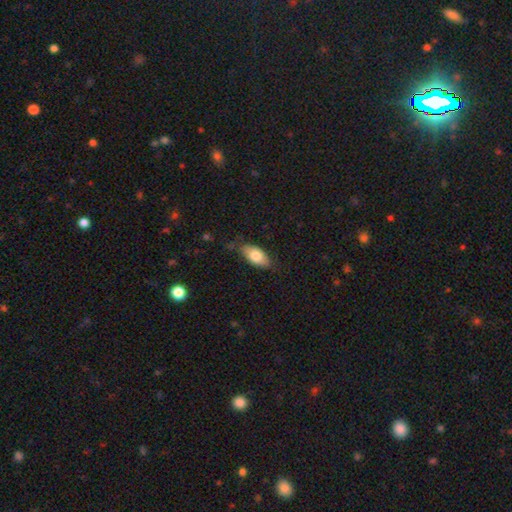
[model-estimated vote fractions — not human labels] Smooth or featured: smooth — 78% (featured or disk — 16%)
How rounded: in between — 92% (cigar-shaped — 5%)
Merging: none — 73% (minor disturbance — 21%)